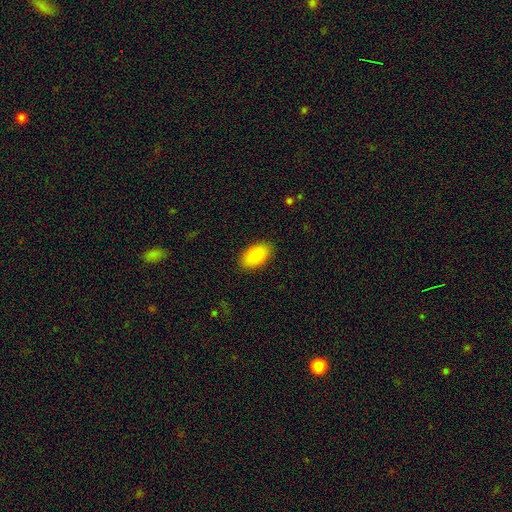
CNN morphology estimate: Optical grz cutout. It shows a smooth galaxy with no disk features (81%) that is in between round and cigar-shaped (93%). Merging: none (88%).